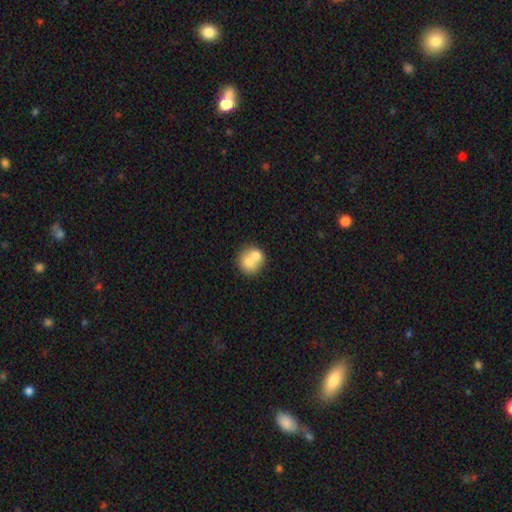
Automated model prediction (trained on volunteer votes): Overall: smooth (69%). How rounded: round (80%). Merging: merger (60%; none 31%).